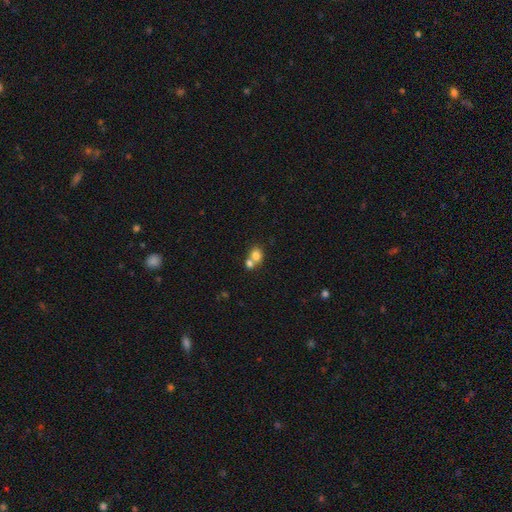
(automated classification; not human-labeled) The model was most divided on "merging": merger: 54%, none: 36%, minor disturbance: 7%, major disturbance: 3%. More confident: smooth or featured — smooth (79%); how rounded — round (64%).